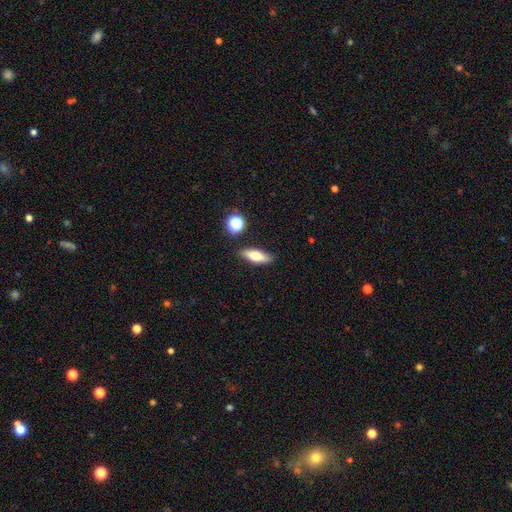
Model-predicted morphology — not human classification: Smooth or featured? smooth (61%)
How rounded? in between (56%)
Merging? none (85%)